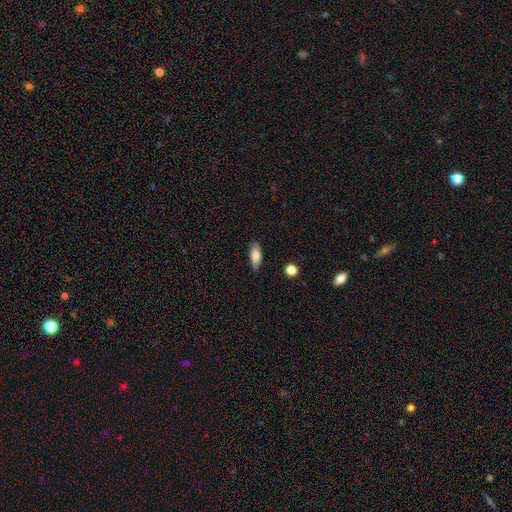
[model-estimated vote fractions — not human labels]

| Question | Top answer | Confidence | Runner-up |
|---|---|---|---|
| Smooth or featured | smooth | 80% | featured or disk (13%) |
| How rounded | in between | 76% | cigar-shaped (22%) |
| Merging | none | 85% | minor disturbance (11%) |